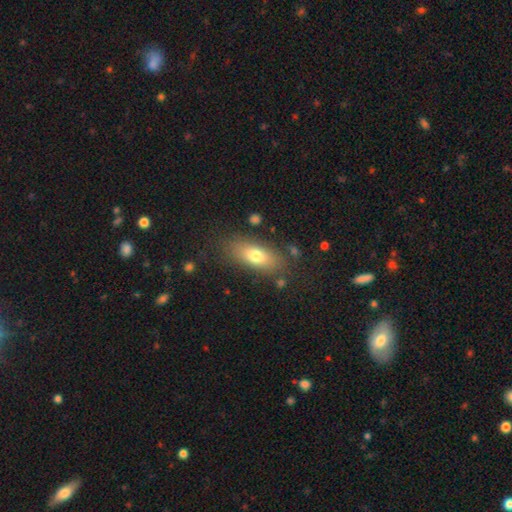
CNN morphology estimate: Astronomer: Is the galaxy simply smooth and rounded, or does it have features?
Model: smooth — 74%.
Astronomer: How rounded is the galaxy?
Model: in between — 77%.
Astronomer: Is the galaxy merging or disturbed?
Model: none — 79%.